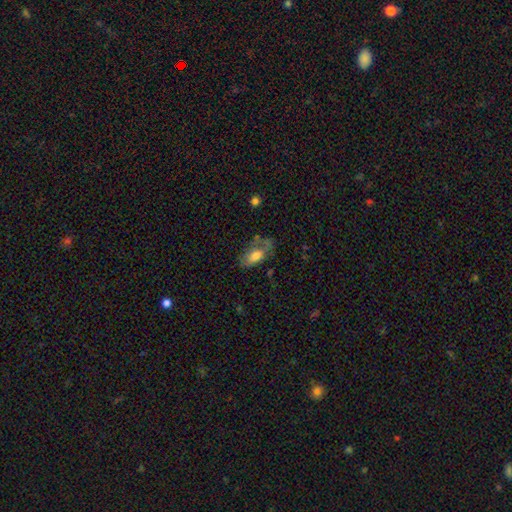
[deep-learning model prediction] Overall: smooth (62%; featured or disk 30%). How rounded: in between (89%). Merging: none (41%; minor disturbance 29%).